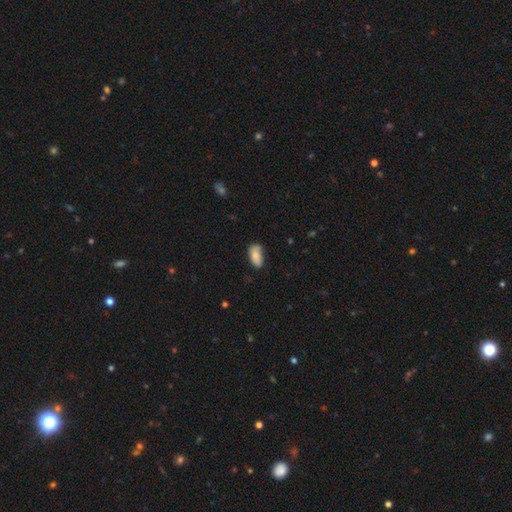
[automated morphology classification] Smooth or featured? smooth (84%)
How rounded? in between (90%)
Merging? none (65%)